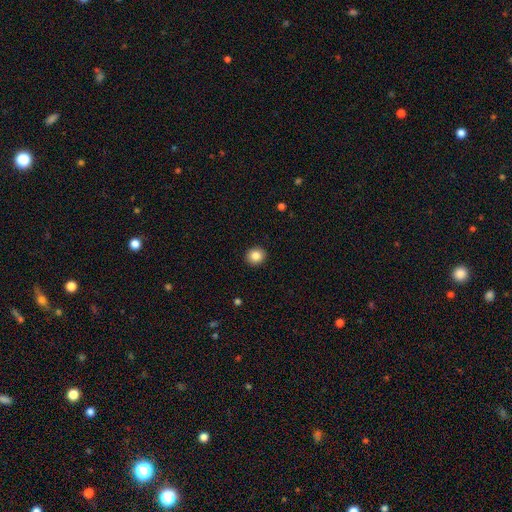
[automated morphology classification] smooth_or_featured: smooth (p=0.85) [alt: star or artifact p=0.10]
how_rounded: round (p=0.83) [alt: in between p=0.16]
merging: none (p=0.92) [alt: minor disturbance p=0.05]